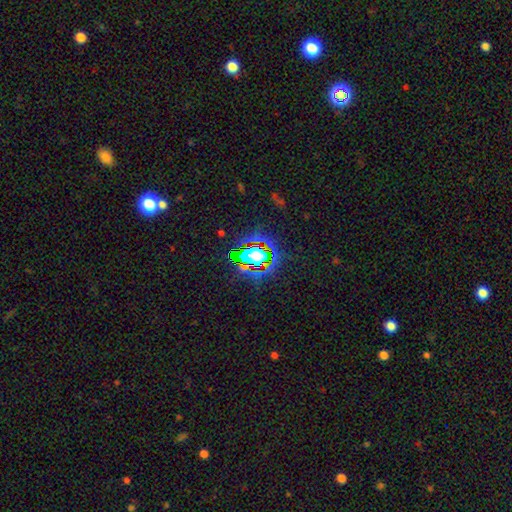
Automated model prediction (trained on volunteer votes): A star or artifact, not a galaxy (67%).